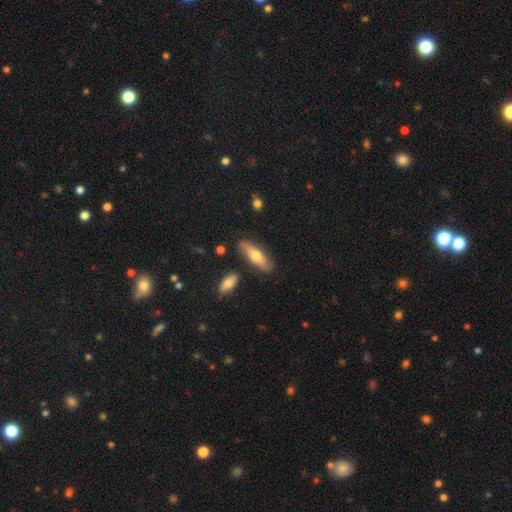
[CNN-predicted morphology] This appears to be a smooth galaxy with no disk features (61%) that is in between round and cigar-shaped (55%). Merging: none (80%).